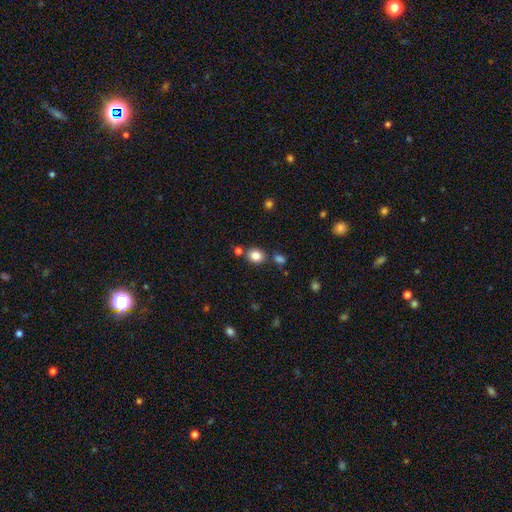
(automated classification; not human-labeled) A smooth galaxy with no disk features (84%) that is round (54%). Merging: none (74%).